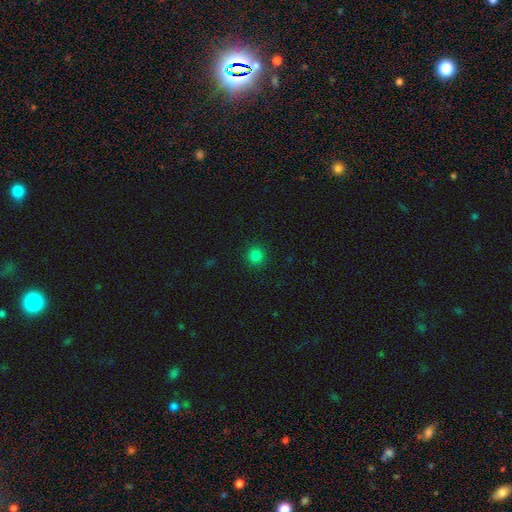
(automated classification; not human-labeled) This is clearly a smooth galaxy (82%). How rounded: clearly round (94%). Merging: clearly none (92%).